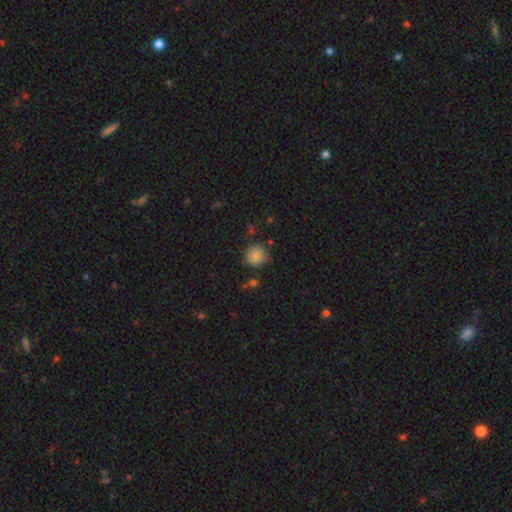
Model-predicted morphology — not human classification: A smooth galaxy with no disk features (84%) that is round (89%). Merging: none (74%).